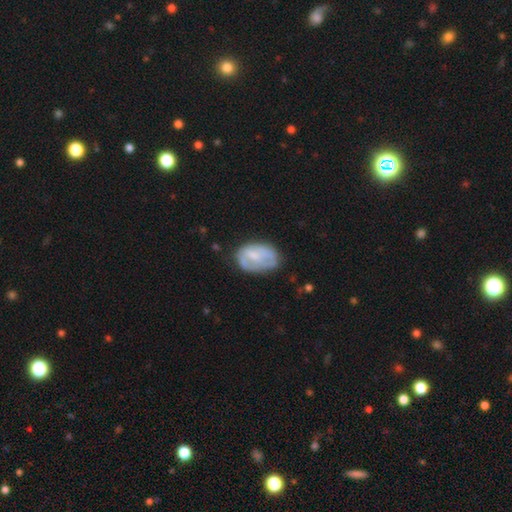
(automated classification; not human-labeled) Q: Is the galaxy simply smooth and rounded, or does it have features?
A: smooth — 50%.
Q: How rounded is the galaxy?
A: in between — 86%.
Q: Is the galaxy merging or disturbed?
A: none — 50%.